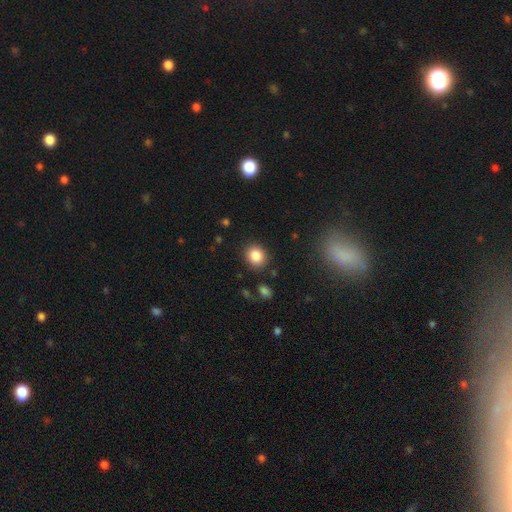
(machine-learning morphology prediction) A smooth galaxy with no disk features (84%) that is round (74%).

Vote fractions:
- Smooth or featured? smooth: 84% / star or artifact: 10% / featured or disk: 5%
- How rounded? round: 74% / in between: 25% / cigar-shaped: 1%
- Merging? none: 86% / minor disturbance: 9% / major disturbance: 3% / merger: 2%